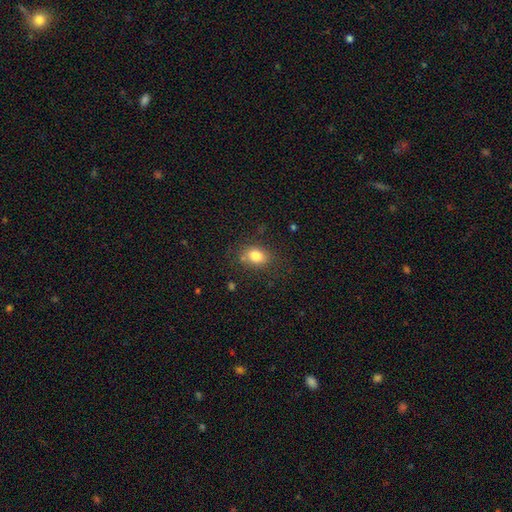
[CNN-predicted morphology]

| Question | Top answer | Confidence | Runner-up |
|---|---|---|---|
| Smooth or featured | smooth | 80% | star or artifact (10%) |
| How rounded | in between | 64% | round (35%) |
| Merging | none | 74% | minor disturbance (17%) |